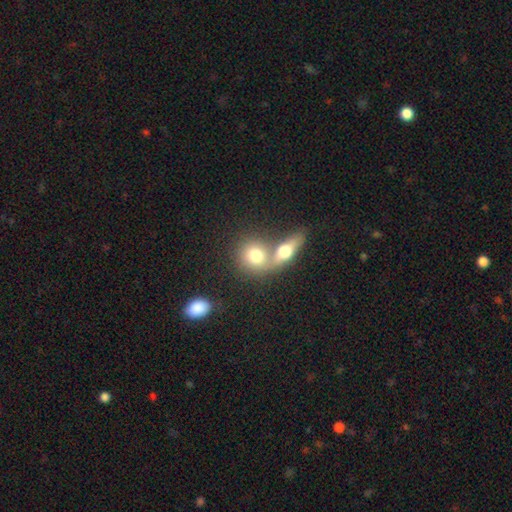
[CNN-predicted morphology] Smooth or featured? Predicted: smooth (p=0.70). How rounded? Predicted: round (p=0.70). Merging? Predicted: merger (p=0.59).